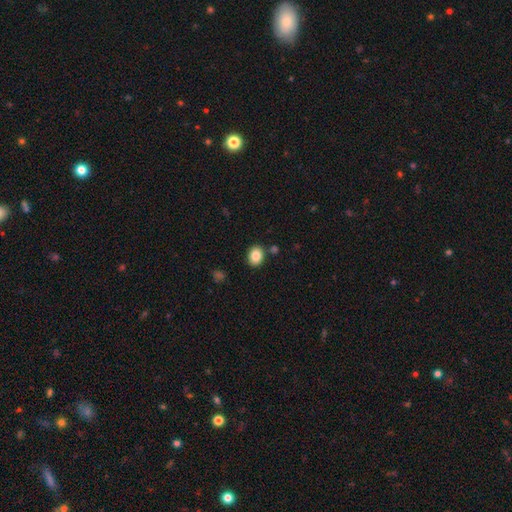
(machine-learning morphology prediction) Smooth or featured: smooth — 85% (star or artifact — 9%)
How rounded: in between — 55% (round — 44%)
Merging: none — 85% (minor disturbance — 9%)